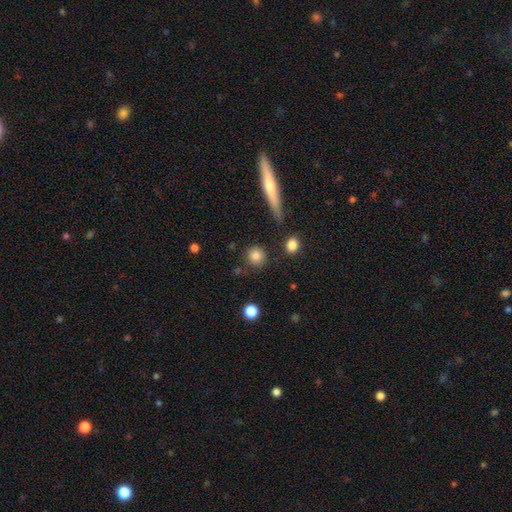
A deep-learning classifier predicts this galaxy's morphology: Smooth or featured: smooth — 84% (star or artifact — 10%)
How rounded: round — 91% (in between — 7%)
Merging: none — 86% (minor disturbance — 7%)